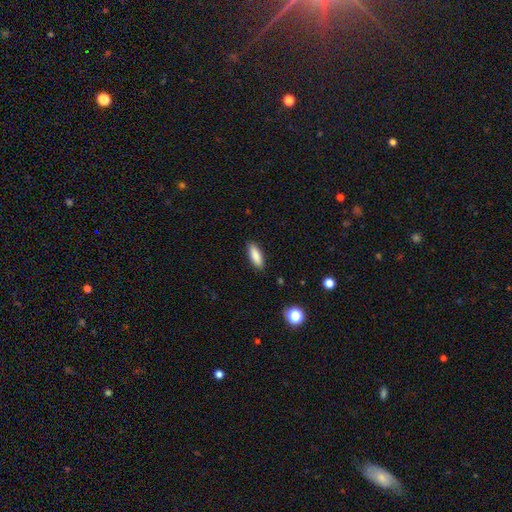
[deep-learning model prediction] A smooth galaxy with no disk features (86%) that is in between round and cigar-shaped (60%).

Vote fractions:
- Smooth or featured? smooth: 86% / featured or disk: 7% / star or artifact: 7%
- How rounded? in between: 60% / cigar-shaped: 39% / round: 2%
- Merging? none: 88% / minor disturbance: 9% / major disturbance: 2% / merger: 1%